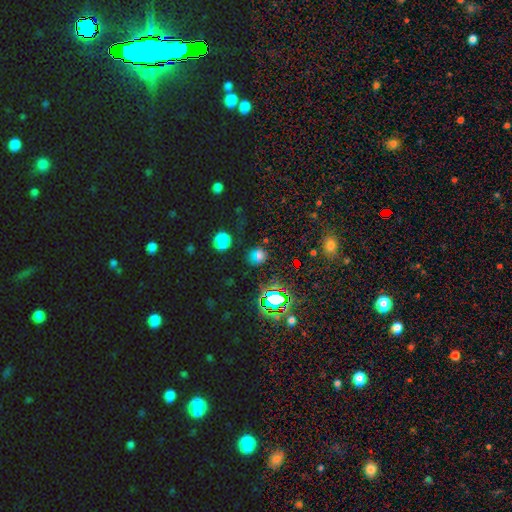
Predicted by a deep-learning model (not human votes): Overall: smooth (48%; star or artifact 41%). Merging: none (77%).